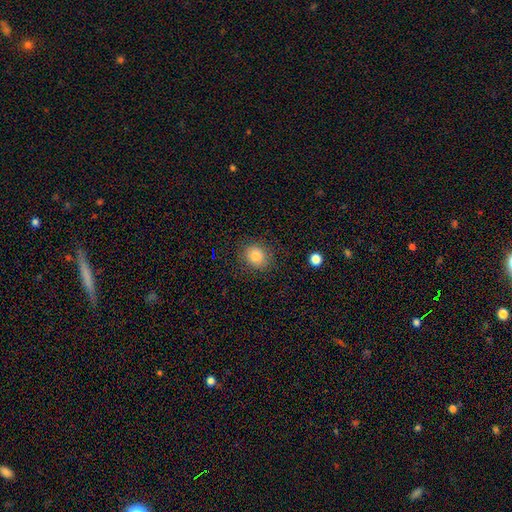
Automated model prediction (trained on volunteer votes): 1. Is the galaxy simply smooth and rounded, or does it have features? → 83% smooth, 10% star or artifact, 6% featured or disk.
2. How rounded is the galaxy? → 78% round, 21% in between, 1% cigar-shaped.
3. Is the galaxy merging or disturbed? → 86% none, 10% minor disturbance, 3% major disturbance, 1% merger.